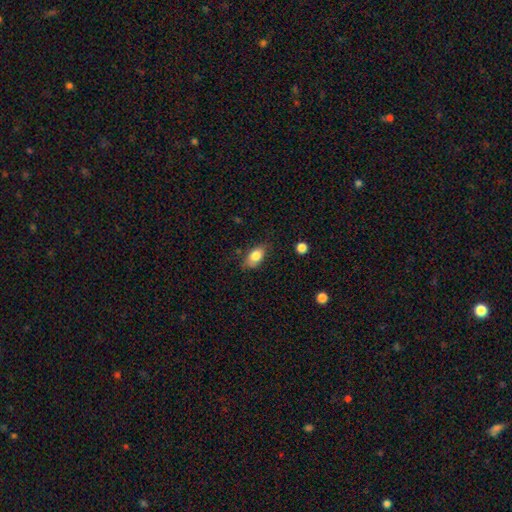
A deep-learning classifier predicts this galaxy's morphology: Smooth or featured?
  - smooth: 81% *
  - featured or disk: 11%
  - star or artifact: 8%
How rounded?
  - in between: 87% *
  - round: 9%
  - cigar-shaped: 4%
Merging?
  - none: 74% *
  - minor disturbance: 20%
  - major disturbance: 4%
  - merger: 2%